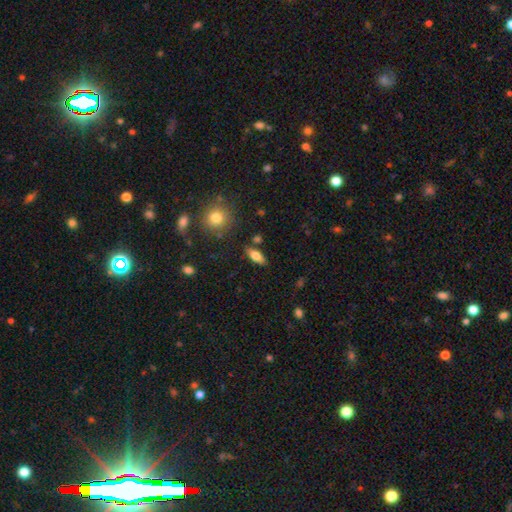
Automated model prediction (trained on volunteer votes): A smooth galaxy with no disk features (66%) that is in between round and cigar-shaped (73%). Merging: none (83%).